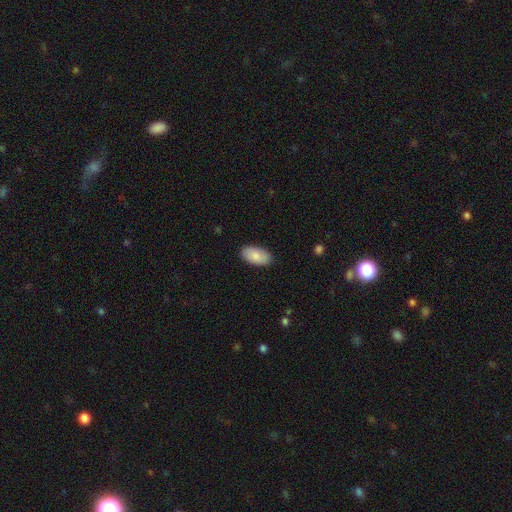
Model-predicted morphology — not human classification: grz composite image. It shows a smooth galaxy with no disk features (86%) that is in between round and cigar-shaped (95%). Merging: none (88%).